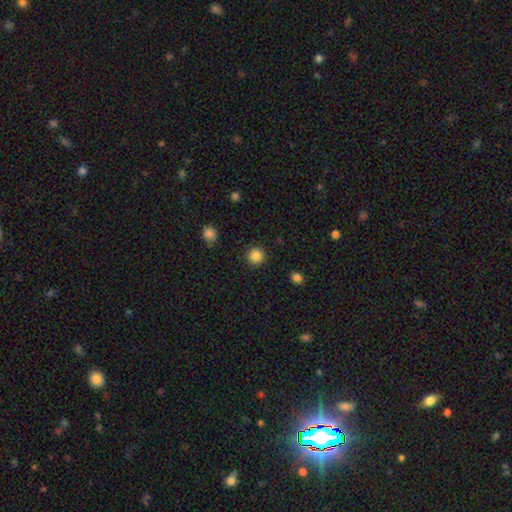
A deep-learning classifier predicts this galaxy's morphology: smooth-or-featured: smooth: 86% | star or artifact: 10% | featured or disk: 4%
  how-rounded: round: 94% | in between: 5% | cigar-shaped: 1%
  merging: none: 91% | minor disturbance: 6% | major disturbance: 2% | merger: 1%